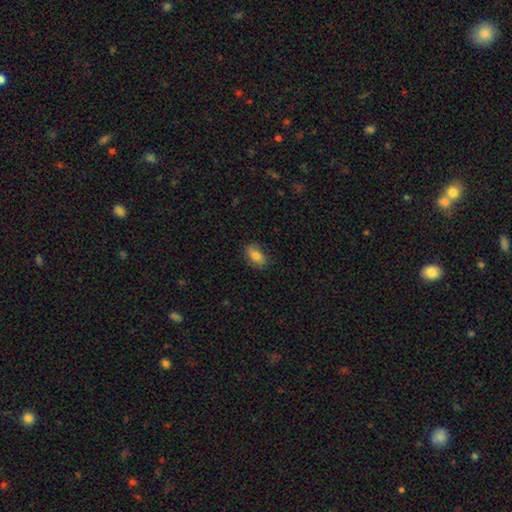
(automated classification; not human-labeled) A smooth galaxy with no disk features (81%) that is in between round and cigar-shaped (88%).

Vote fractions:
- Smooth or featured? smooth: 81% / featured or disk: 11% / star or artifact: 8%
- How rounded? in between: 88% / round: 9% / cigar-shaped: 3%
- Merging? none: 83% / minor disturbance: 13% / major disturbance: 3% / merger: 1%